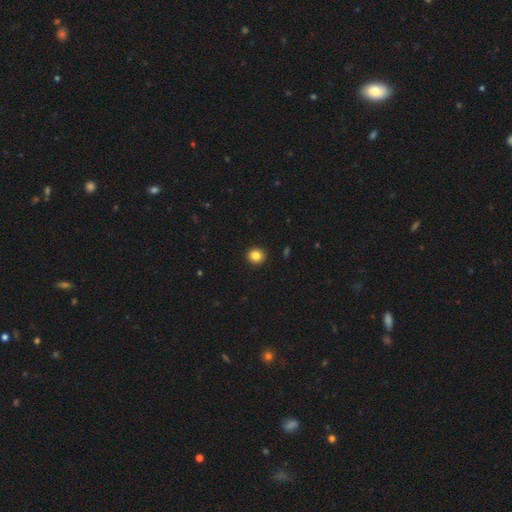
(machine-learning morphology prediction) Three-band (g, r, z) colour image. It shows a smooth galaxy with no disk features (85%) that is round (89%). Merging: none (93%).